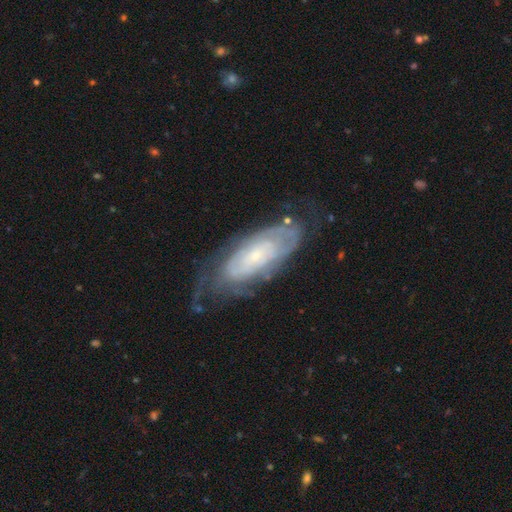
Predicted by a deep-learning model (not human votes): This appears to be a featured or disk galaxy (72%) with no bar (76%), tight (73%) spiral arms (79%) and a small central bulge (75%). Merging: none (59%).